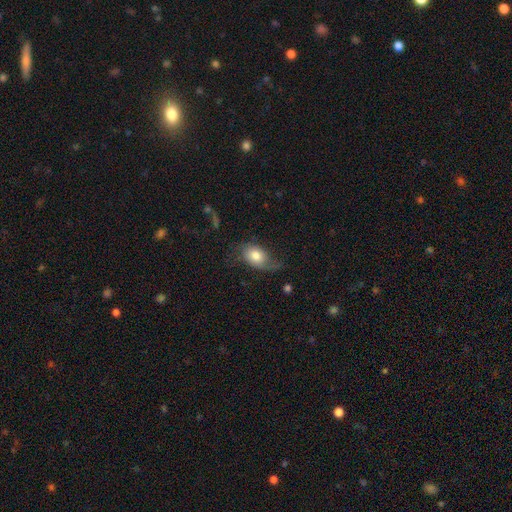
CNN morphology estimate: smooth-or-featured: smooth: 65% | featured or disk: 27% | star or artifact: 8%
  how-rounded: in between: 81% | round: 17% | cigar-shaped: 2%
  merging: none: 42% | minor disturbance: 32% | major disturbance: 23% | merger: 2%